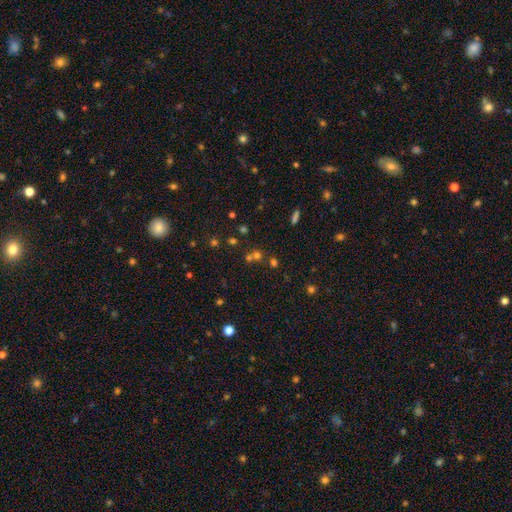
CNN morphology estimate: This appears to be a smooth galaxy with no disk features (54%) that is round (85%). Merging: none (53%).